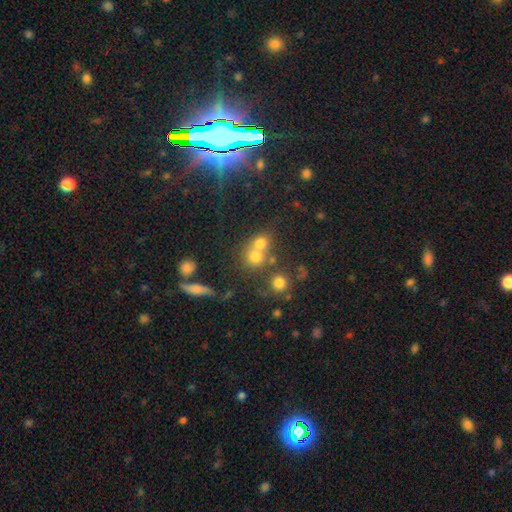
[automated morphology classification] Q: Smooth or featured?
A: smooth (61%); runner-up: star or artifact (24%)
Q: How rounded?
A: round (80%); runner-up: in between (18%)
Q: Merging?
A: merger (47%); runner-up: none (42%)